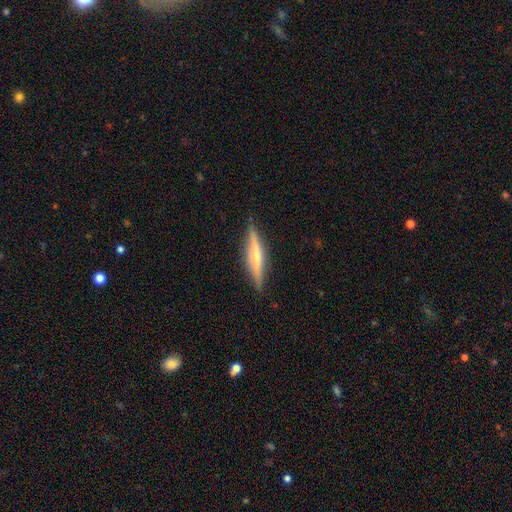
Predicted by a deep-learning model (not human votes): Q: Smooth or featured?
A: featured or disk (64%); runner-up: smooth (30%)
Q: Edge-on disk?
A: yes (96%); runner-up: no (4%)
Q: Edge-on bulge?
A: rounded (53%); runner-up: none (35%)
Q: Merging?
A: none (88%); runner-up: minor disturbance (9%)